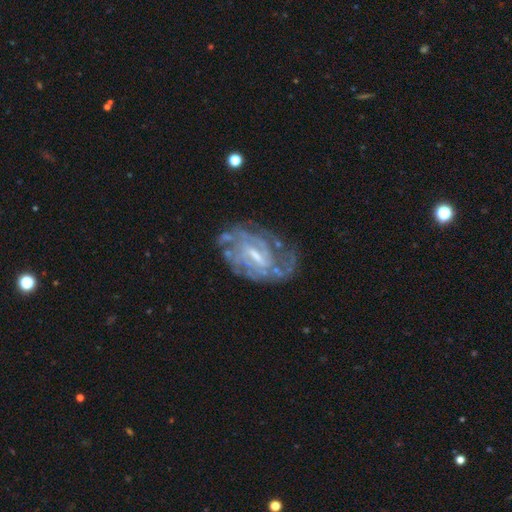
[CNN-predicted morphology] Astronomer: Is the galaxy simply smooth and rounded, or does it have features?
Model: featured or disk — 83%.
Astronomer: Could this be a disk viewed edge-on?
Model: no — 96%.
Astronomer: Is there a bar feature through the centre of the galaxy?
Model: weak — 56%.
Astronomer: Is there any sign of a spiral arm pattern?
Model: yes — 85%.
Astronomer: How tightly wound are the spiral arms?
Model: tight — 55% (runner-up: medium, 35%).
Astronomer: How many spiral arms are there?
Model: can't tell — 49%.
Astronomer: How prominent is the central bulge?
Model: small — 45% (runner-up: moderate, 37%).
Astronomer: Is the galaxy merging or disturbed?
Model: none — 59%.